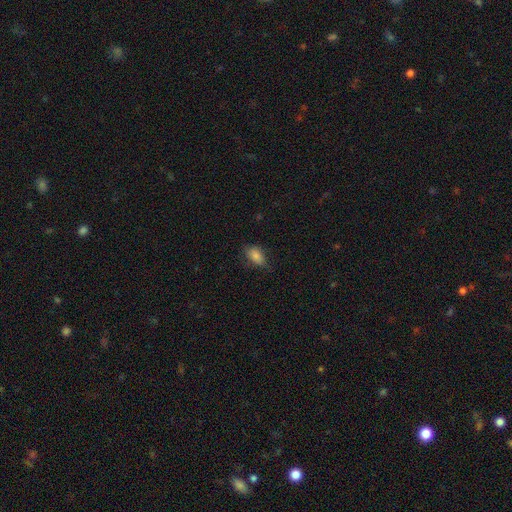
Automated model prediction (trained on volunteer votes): smooth-or-featured: smooth: 82% | featured or disk: 9% | star or artifact: 9%
  how-rounded: in between: 89% | round: 8% | cigar-shaped: 3%
  merging: none: 70% | minor disturbance: 23% | major disturbance: 6% | merger: 1%